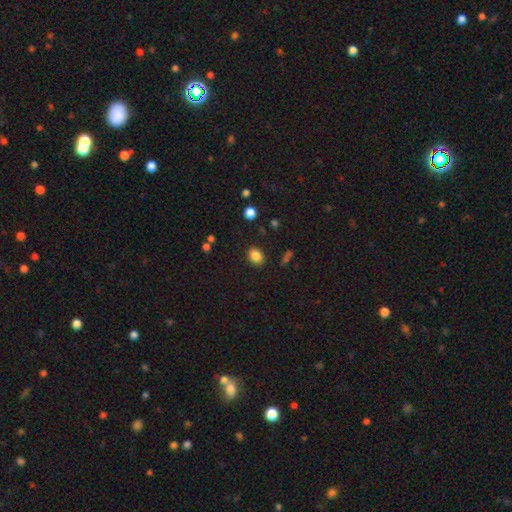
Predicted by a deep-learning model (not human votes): A smooth galaxy with no disk features (85%) that is in between round and cigar-shaped (60%). Merging: none (83%).